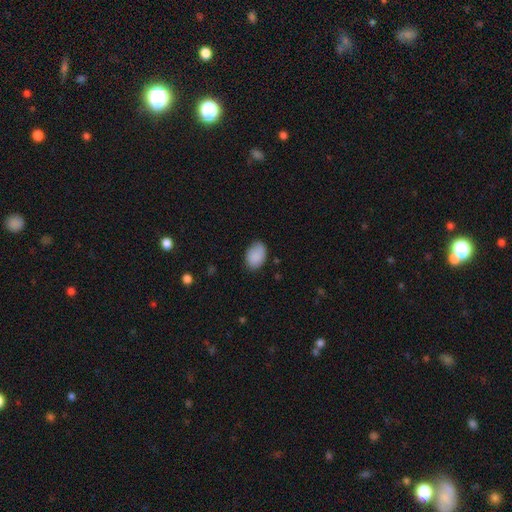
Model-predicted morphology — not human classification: Q: Smooth or featured?
A: smooth (88%); runner-up: star or artifact (7%)
Q: How rounded?
A: in between (83%); runner-up: round (15%)
Q: Merging?
A: none (78%); runner-up: minor disturbance (18%)